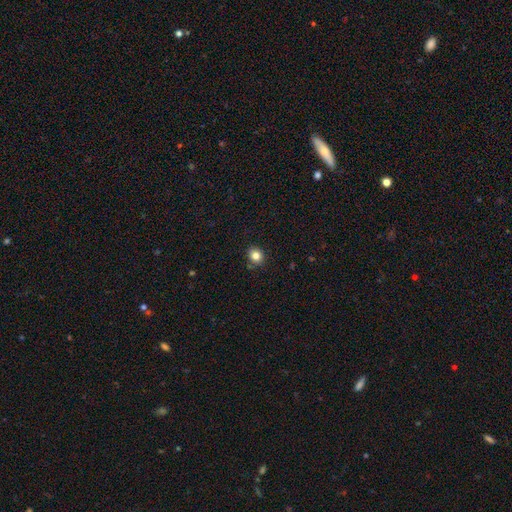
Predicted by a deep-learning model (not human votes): Smooth or featured?
  - smooth: 82% *
  - star or artifact: 11%
  - featured or disk: 7%
How rounded?
  - round: 73% *
  - in between: 26%
  - cigar-shaped: 1%
Merging?
  - none: 85% *
  - minor disturbance: 9%
  - merger: 3%
  - major disturbance: 2%